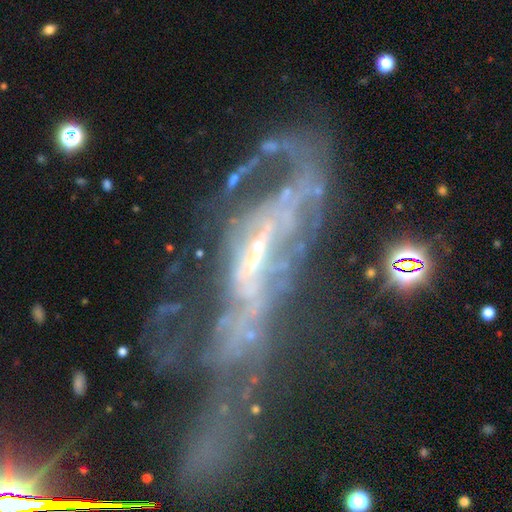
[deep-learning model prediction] smooth-or-featured: featured or disk: 76% | star or artifact: 13% | smooth: 11%
  disk-edge-on: no: 84% | yes: 16%
    bar: strong: 40% | no: 31% | weak: 29%
    has-spiral-arms: yes: 59% | no: 41%
    bulge-size: small: 49% | moderate: 27% | none: 17% | large: 5% | dominant: 2%
  merging: major disturbance: 50% | none: 23% | merger: 14% | minor disturbance: 13%